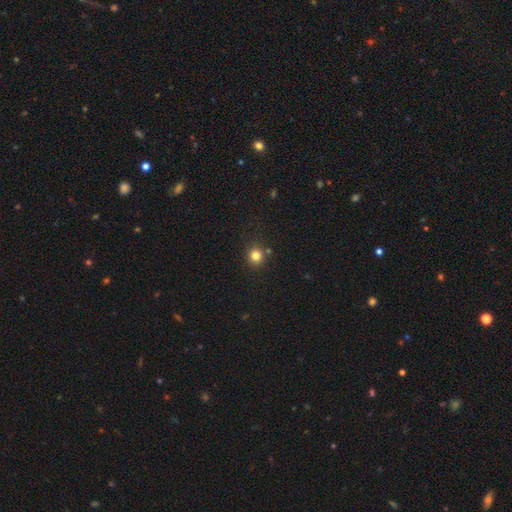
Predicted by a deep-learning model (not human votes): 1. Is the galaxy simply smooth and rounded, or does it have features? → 80% smooth, 14% star or artifact, 6% featured or disk.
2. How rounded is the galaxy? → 88% round, 11% in between, 1% cigar-shaped.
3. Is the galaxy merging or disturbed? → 84% none, 9% minor disturbance, 5% merger, 2% major disturbance.